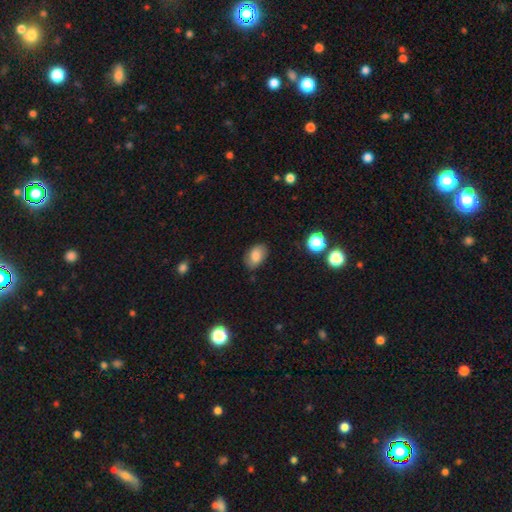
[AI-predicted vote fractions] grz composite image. It shows a smooth galaxy with no disk features (78%) that is in between round and cigar-shaped (84%). Merging: none (80%).